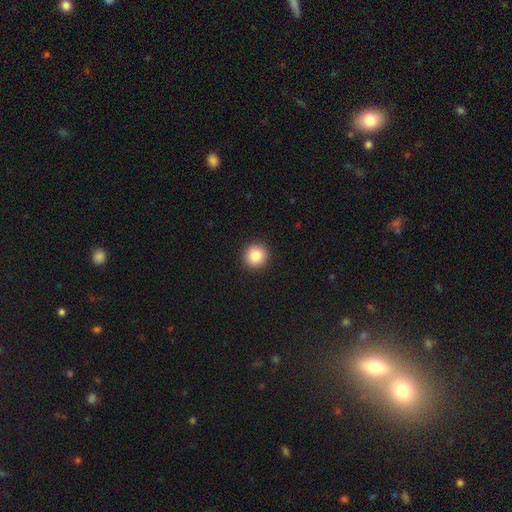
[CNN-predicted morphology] The model was most divided on "smooth or featured": smooth: 84%, star or artifact: 10%, featured or disk: 7%. More confident: how rounded — round (95%); merging — none (93%).